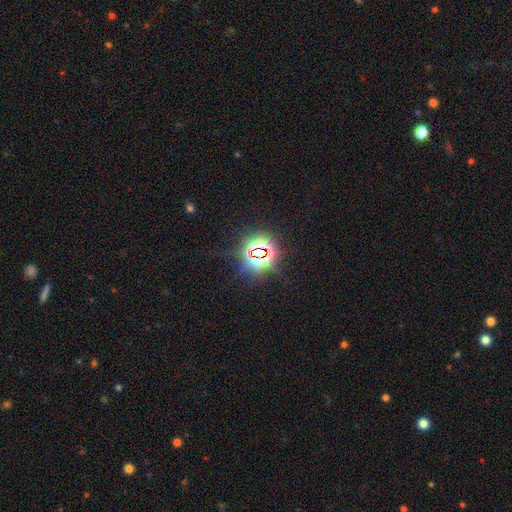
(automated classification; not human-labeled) The model was most divided on "smooth or featured": star or artifact: 81%, smooth: 12%, featured or disk: 8%.